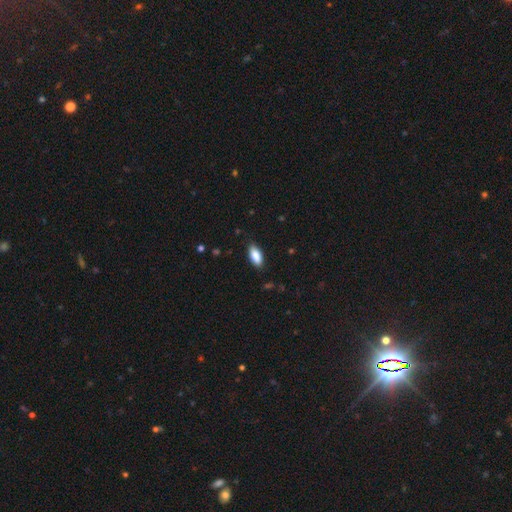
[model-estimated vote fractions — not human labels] This appears to be a smooth galaxy with no disk features (87%) that is in between round and cigar-shaped (87%). Merging: none (85%).